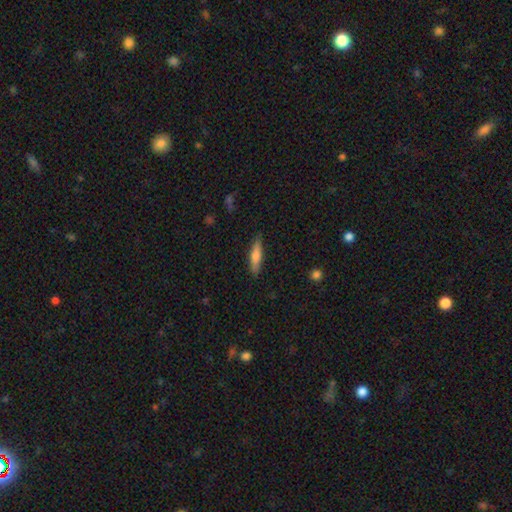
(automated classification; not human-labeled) This is likely a smooth galaxy (62%). How rounded: clearly cigar-shaped (81%). Merging: clearly none (86%).